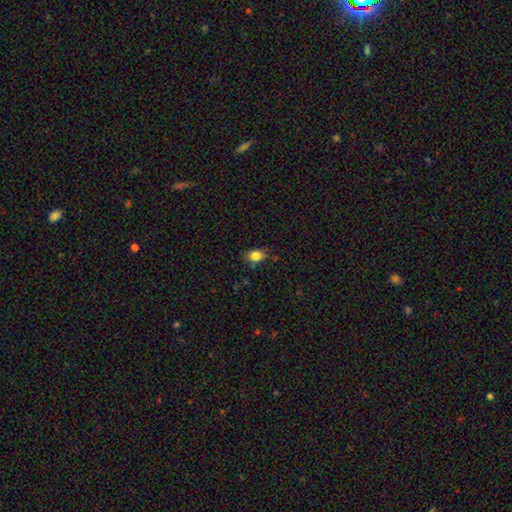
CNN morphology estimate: Q: Smooth or featured?
A: smooth (83%); runner-up: star or artifact (10%)
Q: How rounded?
A: in between (67%); runner-up: round (31%)
Q: Merging?
A: none (77%); runner-up: minor disturbance (18%)